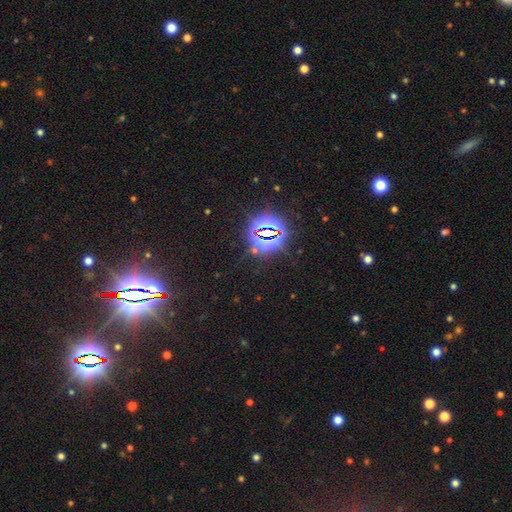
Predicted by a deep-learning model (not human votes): Morphology: type=star or artifact (82%).